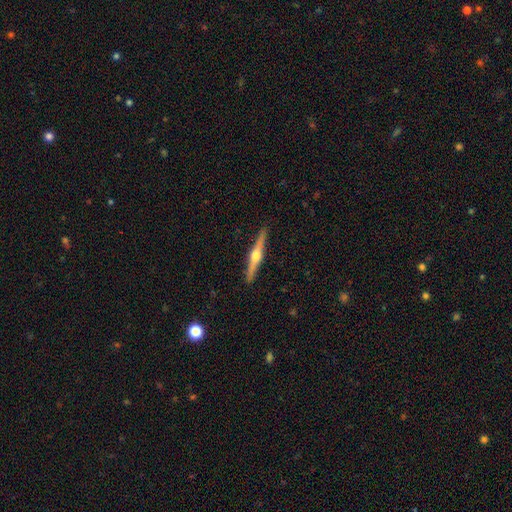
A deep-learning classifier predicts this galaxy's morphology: Smooth or featured: featured or disk — 75% (smooth — 20%)
Edge-on disk: yes — 98% (no — 2%)
Edge-on bulge: rounded — 95% (boxy — 3%)
Merging: none — 92% (minor disturbance — 6%)